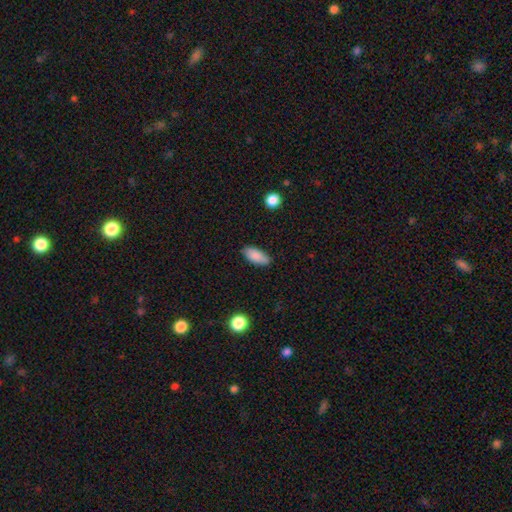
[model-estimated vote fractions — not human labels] Smooth or featured: smooth — 86% (featured or disk — 7%)
How rounded: in between — 85% (cigar-shaped — 13%)
Merging: none — 80% (minor disturbance — 16%)